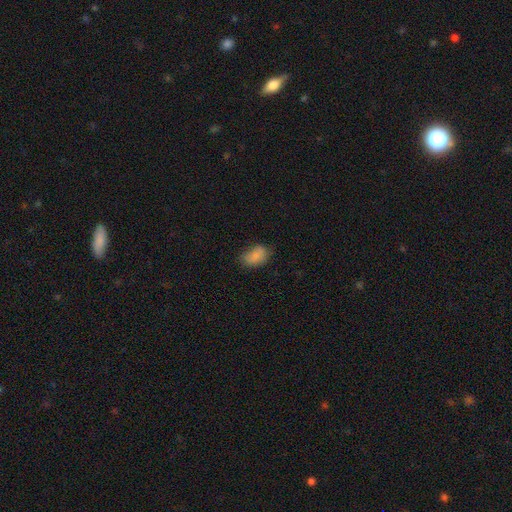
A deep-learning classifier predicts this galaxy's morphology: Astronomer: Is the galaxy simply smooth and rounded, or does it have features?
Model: smooth — 83%.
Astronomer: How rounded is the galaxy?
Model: in between — 87%.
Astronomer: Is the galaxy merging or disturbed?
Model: none — 67%.